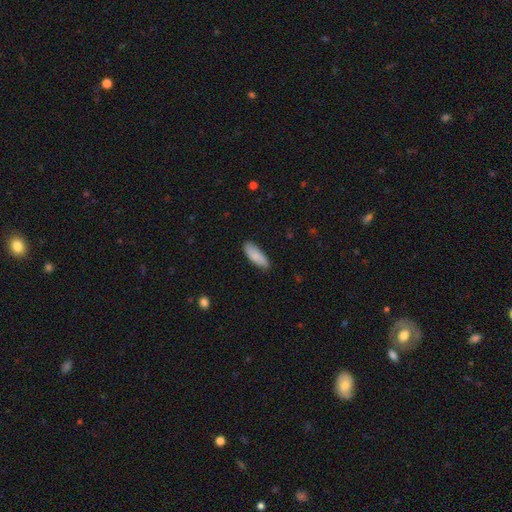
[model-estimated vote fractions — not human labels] smooth-or-featured: smooth: 85% | featured or disk: 10% | star or artifact: 6%
  how-rounded: in between: 70% | cigar-shaped: 28% | round: 2%
  merging: none: 80% | minor disturbance: 17% | major disturbance: 2% | merger: 1%